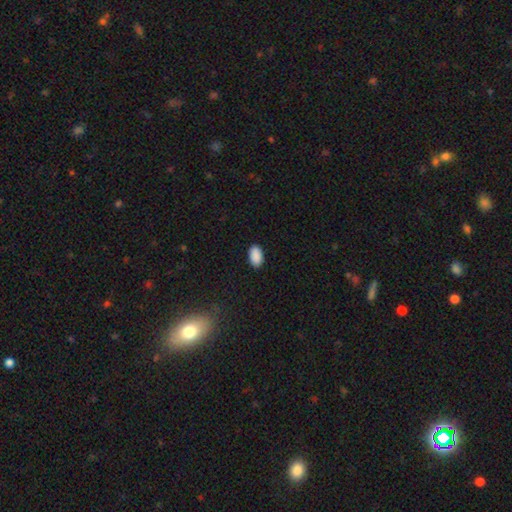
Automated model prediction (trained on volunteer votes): Smooth or featured: smooth — 91% (star or artifact — 7%)
How rounded: in between — 93% (round — 5%)
Merging: none — 89% (minor disturbance — 8%)